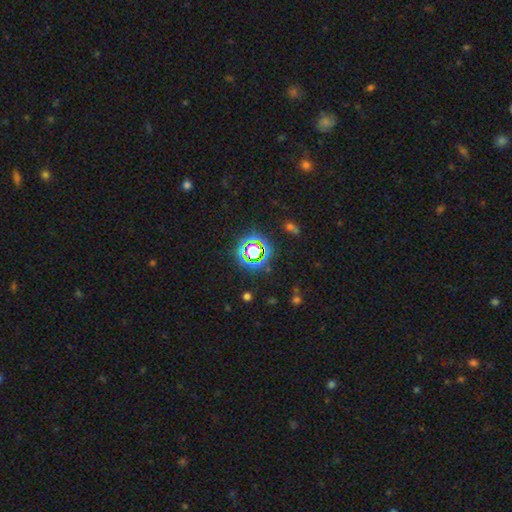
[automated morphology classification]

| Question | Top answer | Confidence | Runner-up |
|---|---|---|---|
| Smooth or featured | star or artifact | 68% | smooth (21%) |